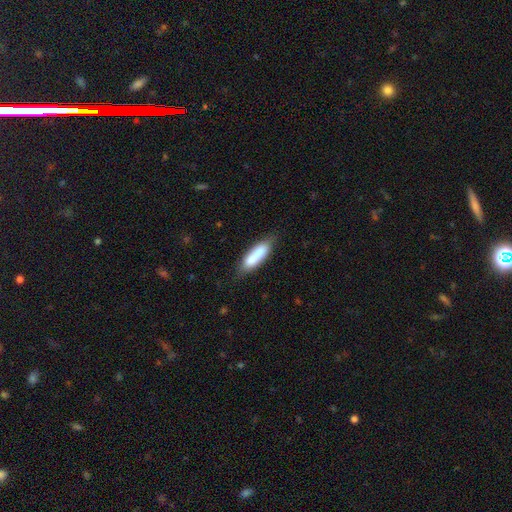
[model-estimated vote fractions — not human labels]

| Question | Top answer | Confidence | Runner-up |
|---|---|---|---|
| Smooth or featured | smooth | 77% | featured or disk (16%) |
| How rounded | cigar-shaped | 56% | in between (42%) |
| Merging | none | 66% | minor disturbance (20%) |